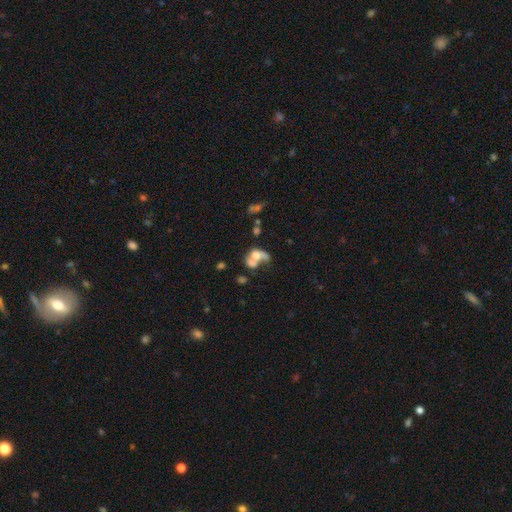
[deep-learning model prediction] A smooth galaxy with no disk features (49%).

Vote fractions:
- Smooth or featured? smooth: 49% / featured or disk: 41% / star or artifact: 11%
- Merging? merger: 61% / major disturbance: 17% / none: 14% / minor disturbance: 8%